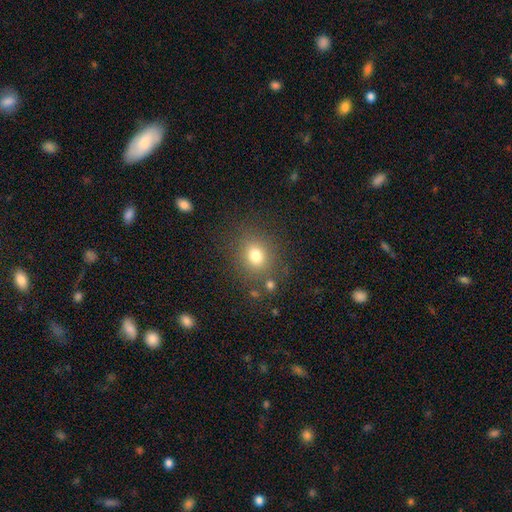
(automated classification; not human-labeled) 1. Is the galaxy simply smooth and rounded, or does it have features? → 76% smooth, 15% star or artifact, 9% featured or disk.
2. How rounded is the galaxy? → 70% round, 29% in between, 1% cigar-shaped.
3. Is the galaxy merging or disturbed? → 79% none, 11% minor disturbance, 5% major disturbance, 4% merger.